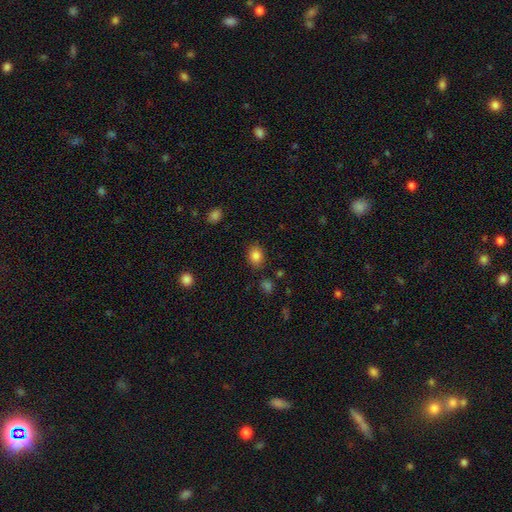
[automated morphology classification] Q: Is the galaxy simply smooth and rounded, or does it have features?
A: smooth — 85%.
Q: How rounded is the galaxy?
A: in between — 56%.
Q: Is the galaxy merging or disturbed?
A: none — 84%.